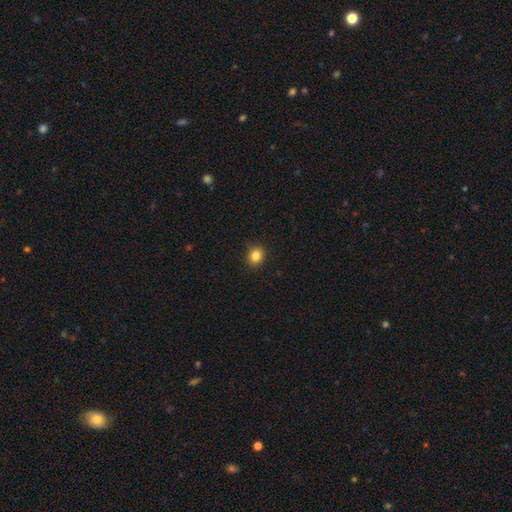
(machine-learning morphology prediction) Q: Smooth or featured?
A: smooth (84%); runner-up: star or artifact (11%)
Q: How rounded?
A: round (71%); runner-up: in between (28%)
Q: Merging?
A: none (90%); runner-up: minor disturbance (7%)